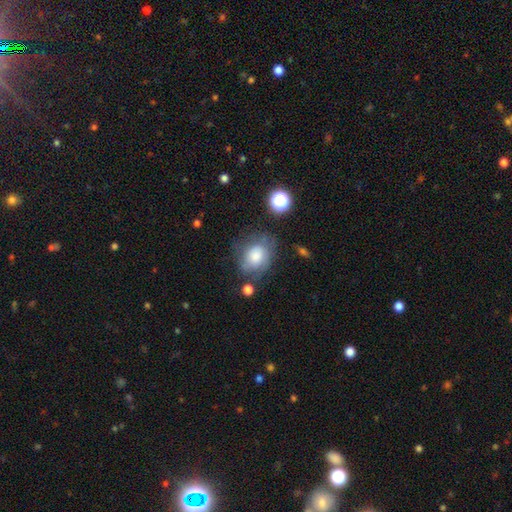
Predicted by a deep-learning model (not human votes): Smooth or featured? smooth (60%)
How rounded? in between (53%)
Merging? none (56%)